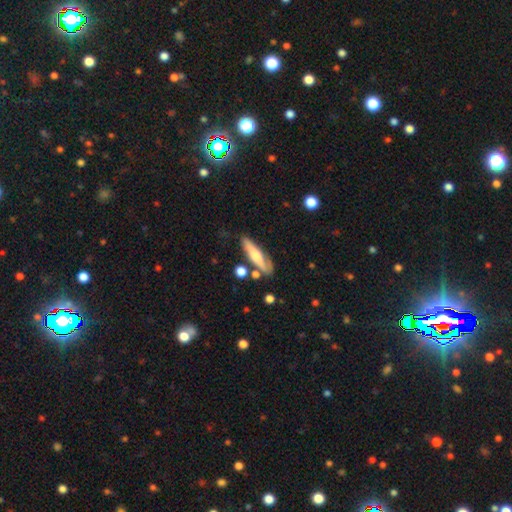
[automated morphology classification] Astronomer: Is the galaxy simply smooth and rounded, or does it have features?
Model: smooth — 55% (runner-up: featured or disk, 38%).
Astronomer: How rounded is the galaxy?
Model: cigar-shaped — 73%.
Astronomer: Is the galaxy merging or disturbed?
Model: none — 66%.